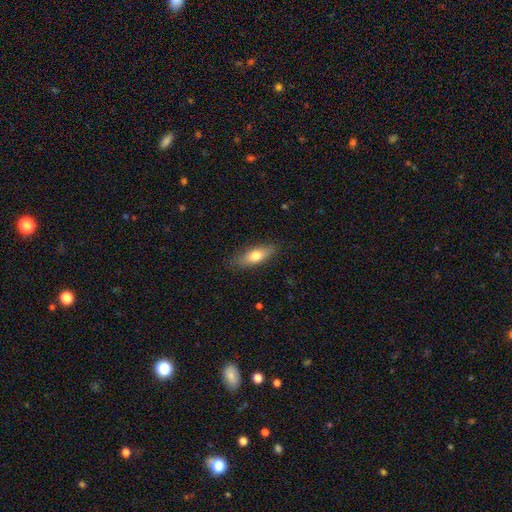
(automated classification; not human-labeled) Smooth or featured: smooth — 69% (featured or disk — 24%)
How rounded: in between — 64% (cigar-shaped — 32%)
Merging: none — 83% (minor disturbance — 13%)